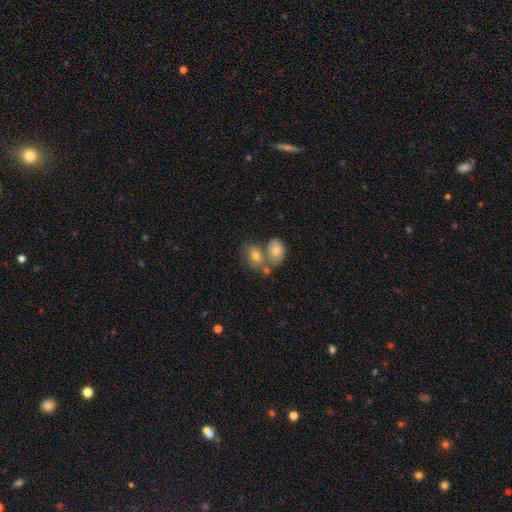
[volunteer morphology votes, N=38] Smooth or featured?
  - smooth: 76% *
  - featured or disk: 16%
  - star or artifact: 8%
How rounded?
  - in between: 72% *
  - round: 28%
  - cigar-shaped: 0%
Merging?
  - merger: 57% *
  - none: 31%
  - minor disturbance: 6%
  - major disturbance: 6%